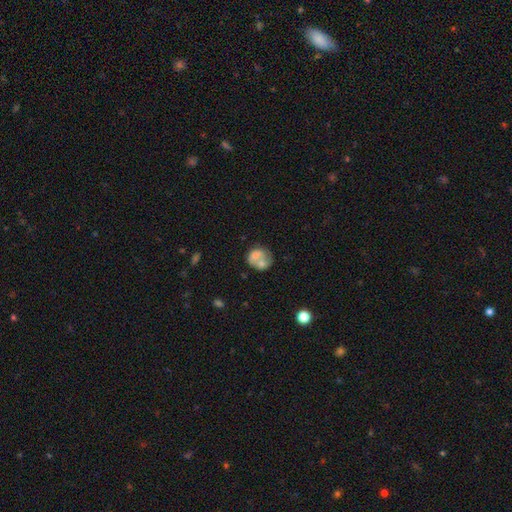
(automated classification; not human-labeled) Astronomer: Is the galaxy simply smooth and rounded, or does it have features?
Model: smooth — 56% (runner-up: featured or disk, 36%).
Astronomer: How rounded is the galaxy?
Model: round — 62%.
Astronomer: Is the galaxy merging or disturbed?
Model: merger — 52%.